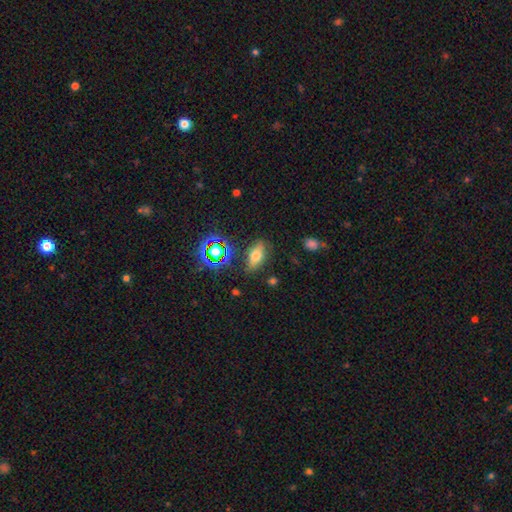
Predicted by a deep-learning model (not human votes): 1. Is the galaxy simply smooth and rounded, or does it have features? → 64% smooth, 19% featured or disk, 17% star or artifact.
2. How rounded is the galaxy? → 77% in between, 14% cigar-shaped, 8% round.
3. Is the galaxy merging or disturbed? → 81% none, 12% minor disturbance, 4% major disturbance, 3% merger.